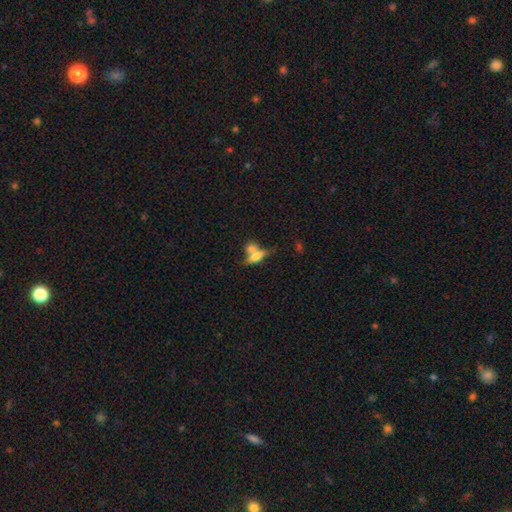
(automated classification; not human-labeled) Overall: smooth (62%; featured or disk 29%). How rounded: in between (62%; cigar-shaped 30%). Merging: merger (50%; none 34%).